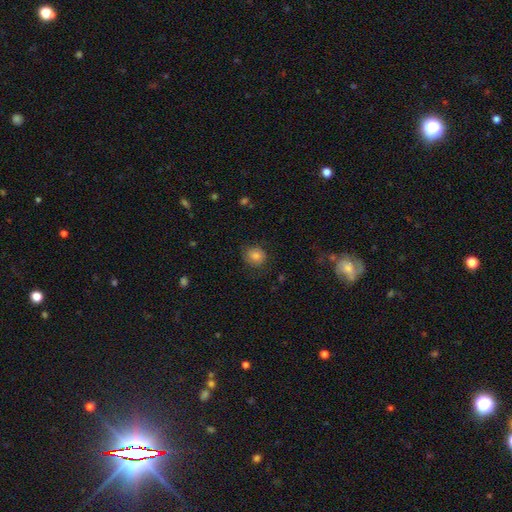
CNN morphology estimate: This appears to be a smooth galaxy with no disk features (81%) that is round (76%). Merging: none (78%).